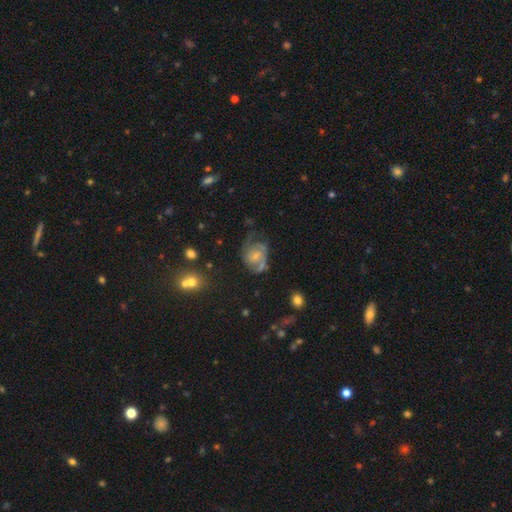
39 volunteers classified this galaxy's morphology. Overall: featured or disk (79%). Edge-on disk: no (97%). Bar: weak (67%). Spiral arms: yes (97%). Spiral arm count: 2 (55%; can't tell 21%). Spiral winding: tight (41%; medium 34%). Bulge size: small (63%). Merging: none (34%, tied with major disturbance).